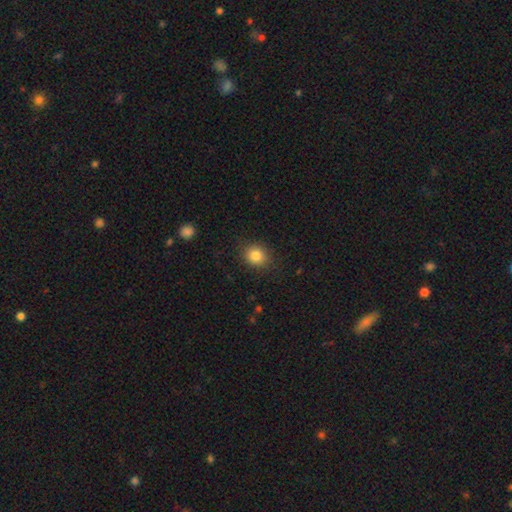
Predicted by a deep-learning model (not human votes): A smooth galaxy with no disk features (84%) that is round (75%). Merging: none (86%).